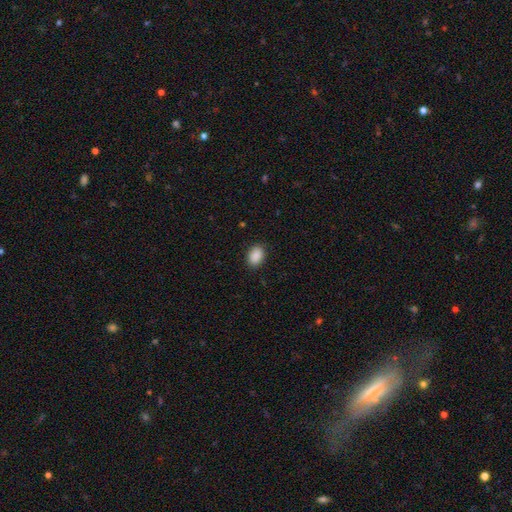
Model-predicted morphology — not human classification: type=smooth (90%); roundness=in between (81%); merging=none (89%).